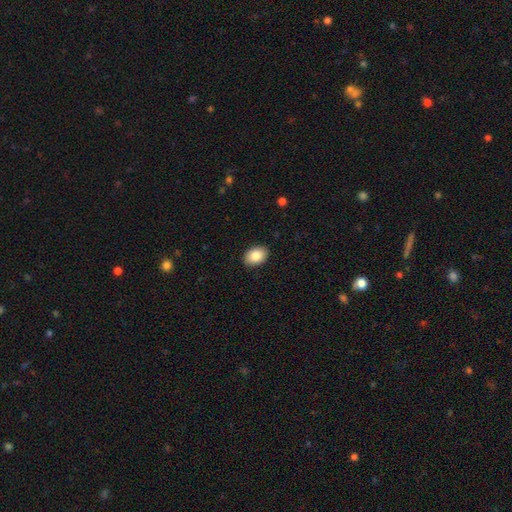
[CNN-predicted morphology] Smooth or featured? Predicted: smooth (p=0.85). How rounded? Predicted: in between (p=0.82). Merging? Predicted: none (p=0.89).